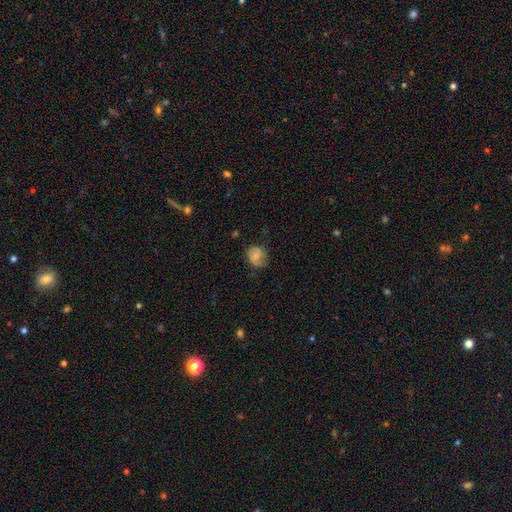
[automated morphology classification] type=smooth (55%); roundness=round (62%); merging=none (67%).